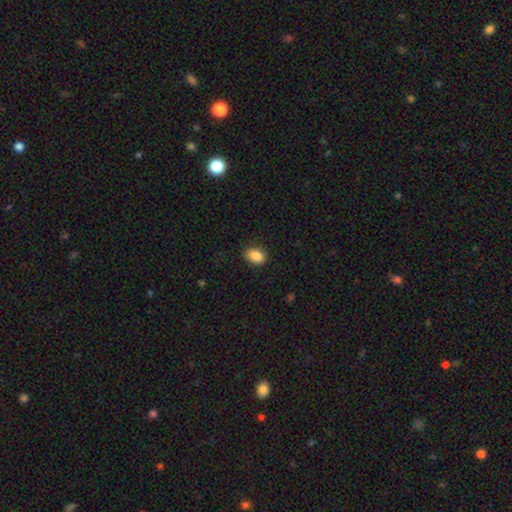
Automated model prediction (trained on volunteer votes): Overall: smooth (89%). How rounded: in between (82%). Merging: none (84%).